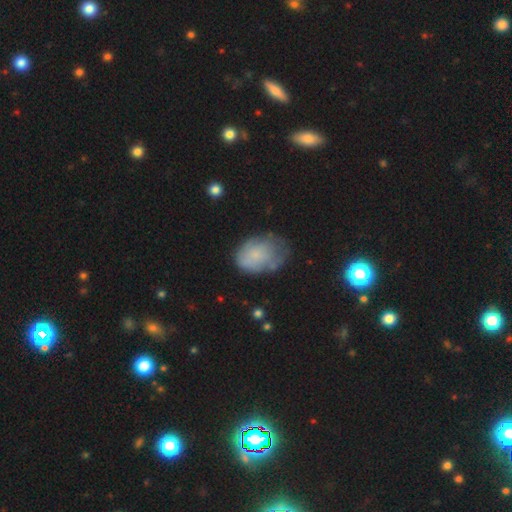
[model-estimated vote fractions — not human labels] Smooth or featured: smooth — 64% (featured or disk — 27%)
How rounded: in between — 76% (round — 23%)
Merging: none — 42% (minor disturbance — 35%)